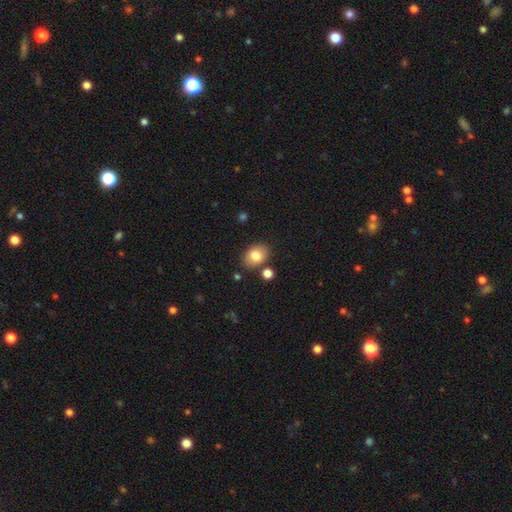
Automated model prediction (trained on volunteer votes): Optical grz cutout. It shows a smooth galaxy with no disk features (81%) that is in between round and cigar-shaped (77%). Merging: none (80%).